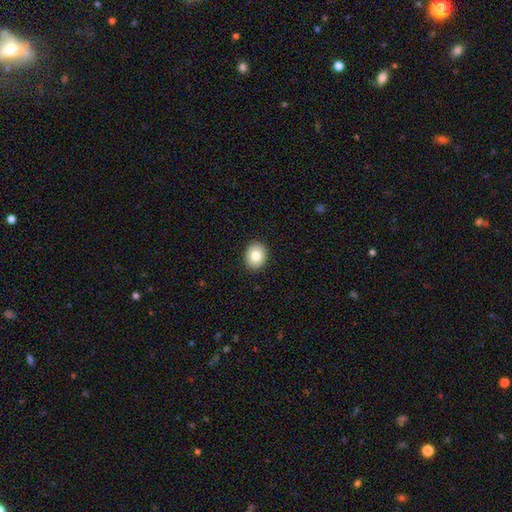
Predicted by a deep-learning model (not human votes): This is clearly a smooth galaxy (81%). How rounded: likely round (63%). Merging: clearly none (91%).